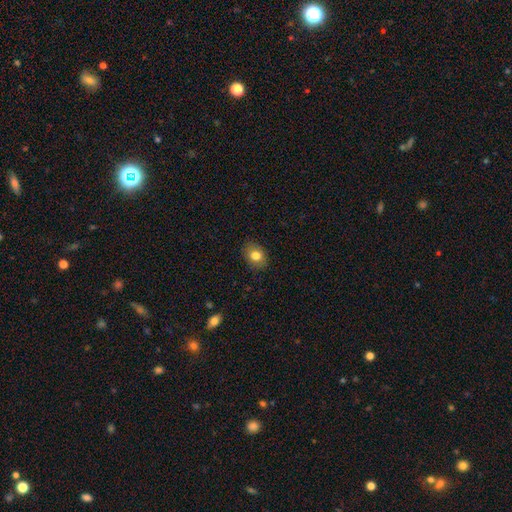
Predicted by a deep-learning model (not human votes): A smooth galaxy with no disk features (80%) that is in between round and cigar-shaped (62%). Merging: none (86%).